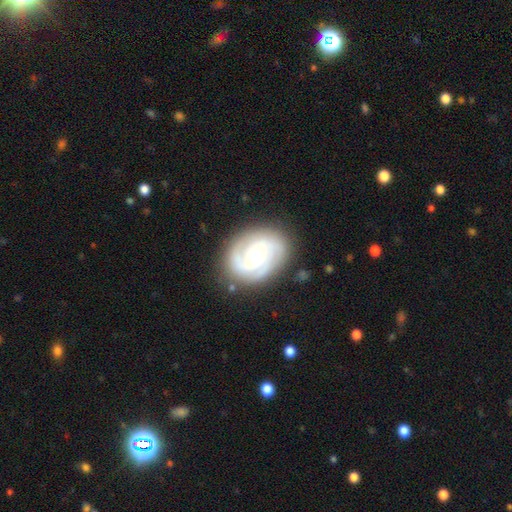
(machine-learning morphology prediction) Smooth or featured?
  - featured or disk: 83% *
  - smooth: 12%
  - star or artifact: 5%
Edge-on disk?
  - no: 97% *
  - yes: 3%
Bar?
  - no: 50% *
  - weak: 40%
  - strong: 11%
Spiral arms?
  - yes: 95% *
  - no: 5%
Spiral winding?
  - tight: 46% *
  - medium: 41%
  - loose: 12%
Spiral arm count?
  - 2: 57% *
  - 3: 22%
  - can't tell: 11%
  - 1: 4%
  - 4: 3%
  - more than 4: 3%
Bulge size?
  - moderate: 72% *
  - large: 15%
  - small: 11%
  - dominant: 1%
  - none: 1%
Merging?
  - none: 81% *
  - minor disturbance: 12%
  - major disturbance: 5%
  - merger: 1%